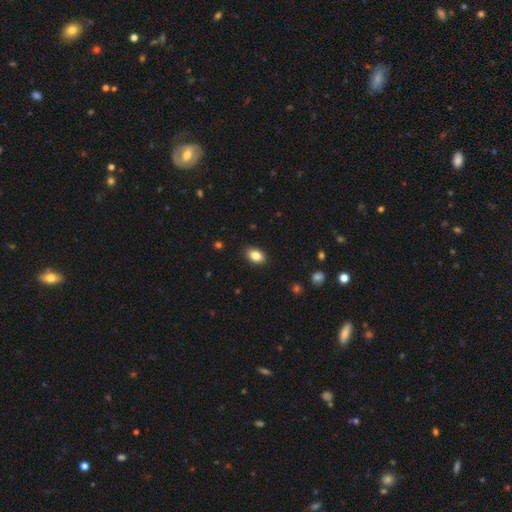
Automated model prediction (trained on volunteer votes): This is clearly a smooth galaxy (84%). How rounded: clearly in between (87%). Merging: clearly none (88%).